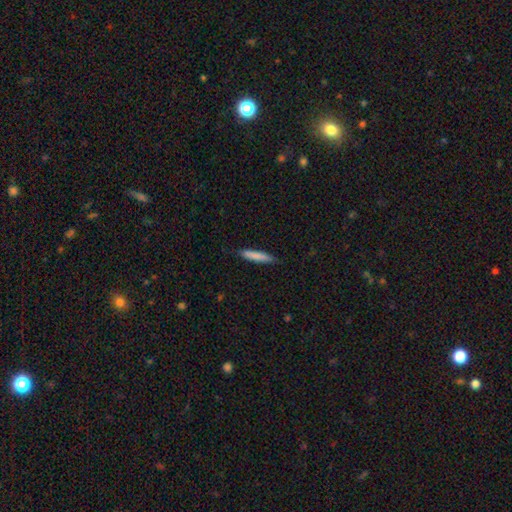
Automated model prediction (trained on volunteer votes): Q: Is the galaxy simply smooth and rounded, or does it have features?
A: smooth — 81%.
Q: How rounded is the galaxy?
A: cigar-shaped — 91%.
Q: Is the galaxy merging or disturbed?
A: none — 86%.